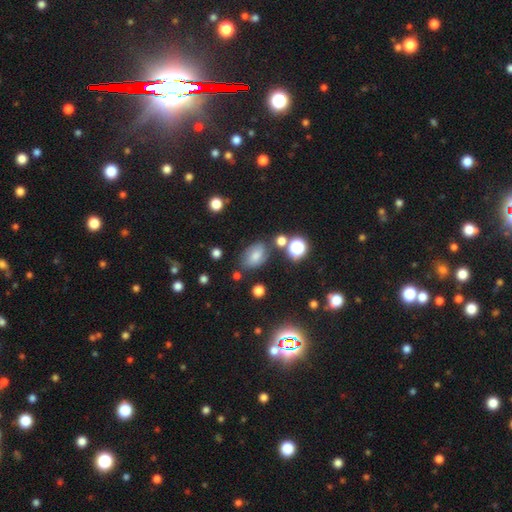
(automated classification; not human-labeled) smooth 62%, featured or disk 21%, star or artifact 17%. Down the decision tree: how rounded — in between (82%); merging — none (65%).